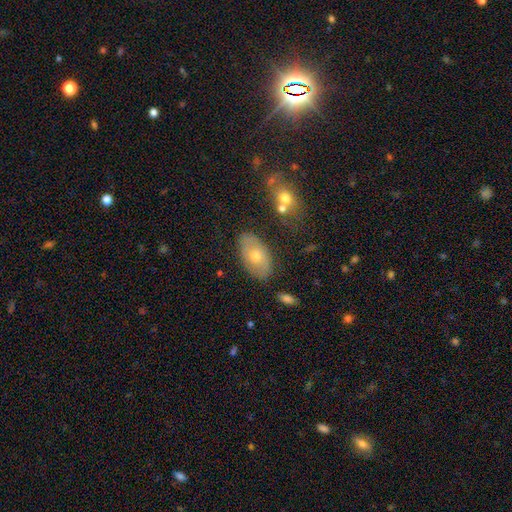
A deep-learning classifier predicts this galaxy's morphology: Overall: smooth (57%; featured or disk 35%). How rounded: in between (92%). Merging: none (80%).